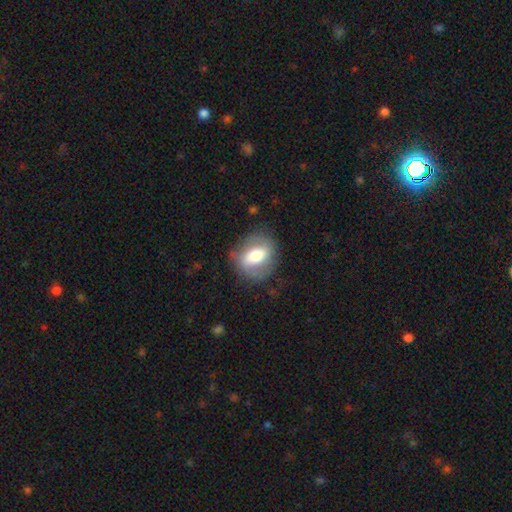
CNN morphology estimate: Smooth or featured?
  - featured or disk: 49% *
  - smooth: 44%
  - star or artifact: 7%
Merging?
  - none: 74% *
  - minor disturbance: 16%
  - major disturbance: 8%
  - merger: 1%